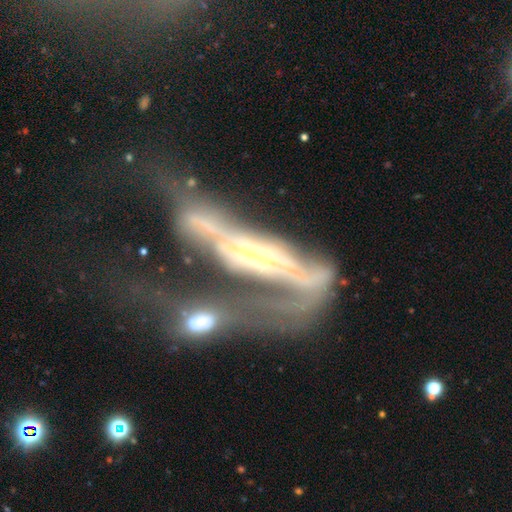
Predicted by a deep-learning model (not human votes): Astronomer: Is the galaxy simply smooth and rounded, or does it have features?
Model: featured or disk — 76%.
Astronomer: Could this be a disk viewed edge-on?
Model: no — 65%.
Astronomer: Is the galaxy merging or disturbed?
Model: merger — 58%.